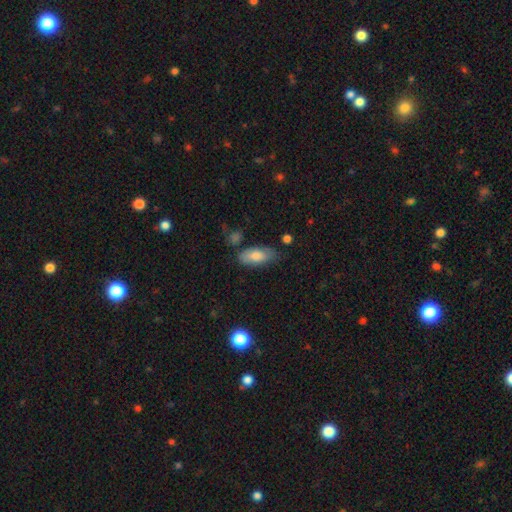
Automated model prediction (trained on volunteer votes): Smooth or featured? Predicted: smooth (p=0.80). How rounded? Predicted: in between (p=0.83). Merging? Predicted: none (p=0.70).